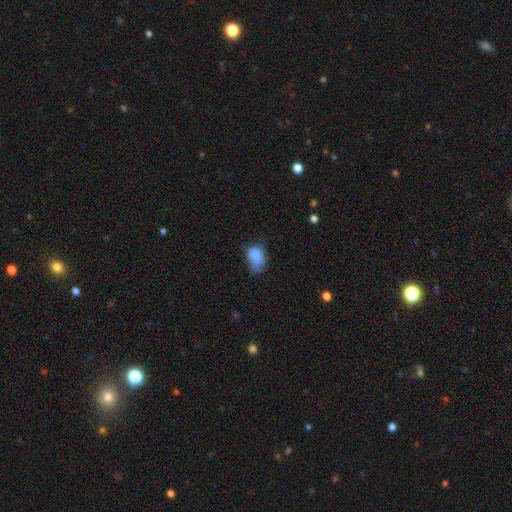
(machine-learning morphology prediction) Smooth or featured? smooth (82%)
How rounded? in between (81%)
Merging? minor disturbance (41%)